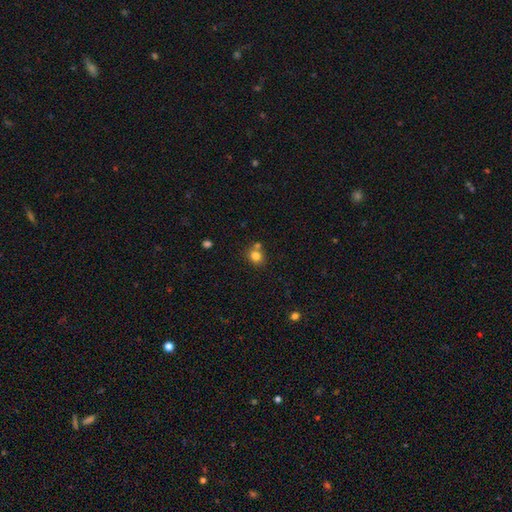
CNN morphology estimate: Smooth or featured?
  - smooth: 80% *
  - star or artifact: 13%
  - featured or disk: 8%
How rounded?
  - round: 77% *
  - in between: 22%
  - cigar-shaped: 1%
Merging?
  - none: 65% *
  - merger: 23%
  - minor disturbance: 10%
  - major disturbance: 3%